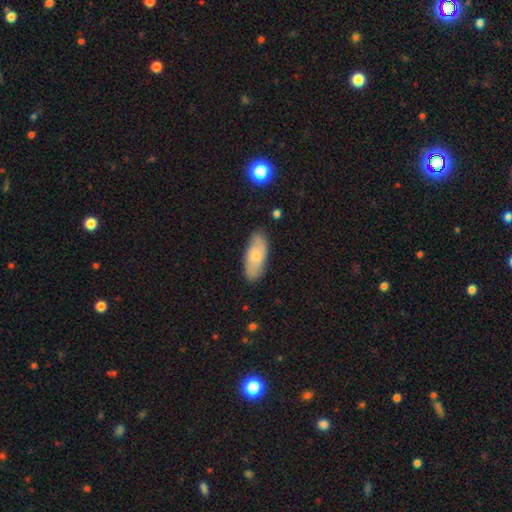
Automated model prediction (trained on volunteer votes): This appears to be a smooth galaxy with no disk features (58%) that is in between round and cigar-shaped (83%). Merging: none (81%).